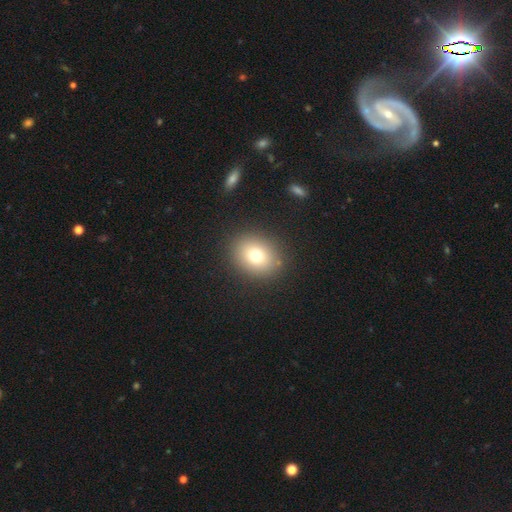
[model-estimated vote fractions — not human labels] Smooth or featured: smooth — 74% (star or artifact — 14%)
How rounded: round — 66% (in between — 33%)
Merging: none — 89% (minor disturbance — 7%)